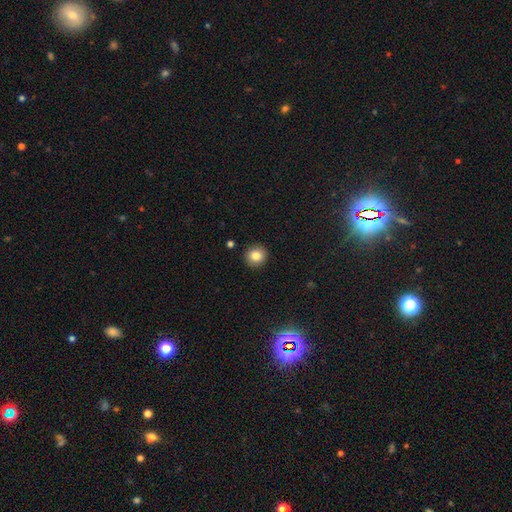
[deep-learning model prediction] Smooth or featured? Predicted: smooth (p=0.83). How rounded? Predicted: round (p=0.92). Merging? Predicted: none (p=0.92).